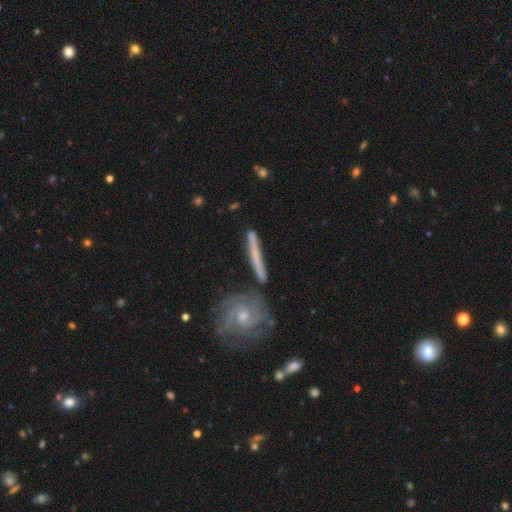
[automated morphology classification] A featured or disk galaxy (58%) viewed edge-on (73%).

Vote fractions:
- Smooth or featured? featured or disk: 58% / smooth: 35% / star or artifact: 8%
- Edge-on disk? yes: 73% / no: 27%
- Merging? none: 75% / minor disturbance: 13% / merger: 8% / major disturbance: 4%